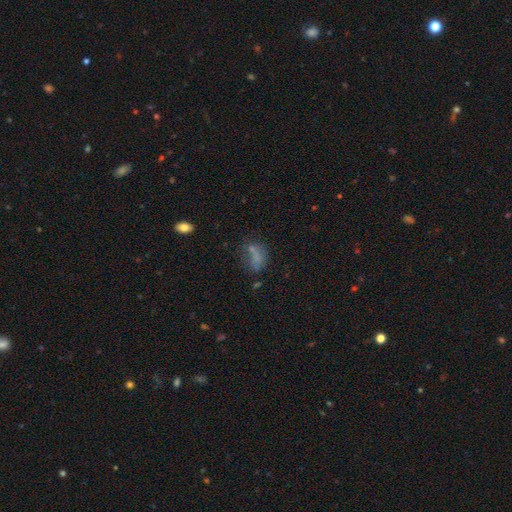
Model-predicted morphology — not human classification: Smooth or featured? smooth (58%)
How rounded? in between (69%)
Merging? none (42%)